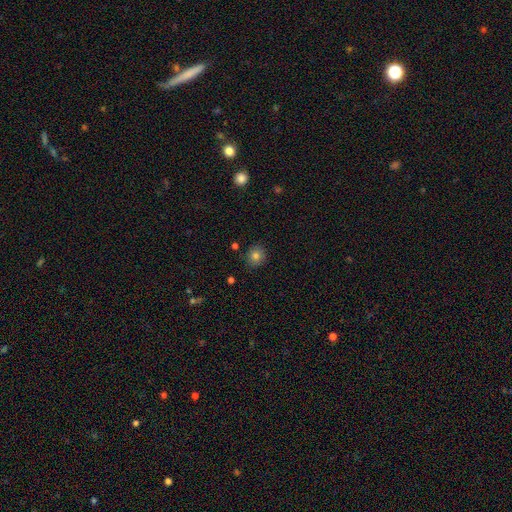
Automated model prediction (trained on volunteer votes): Morphology: type=smooth (80%); roundness=round (86%); merging=none (87%).